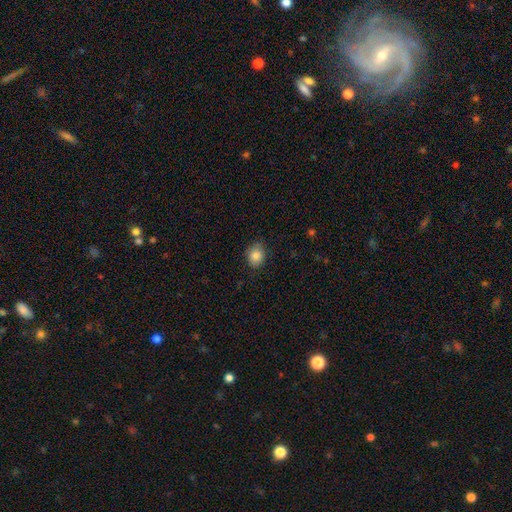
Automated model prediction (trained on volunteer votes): Smooth or featured: smooth — 85% (star or artifact — 9%)
How rounded: round — 56% (in between — 43%)
Merging: none — 81% (minor disturbance — 15%)